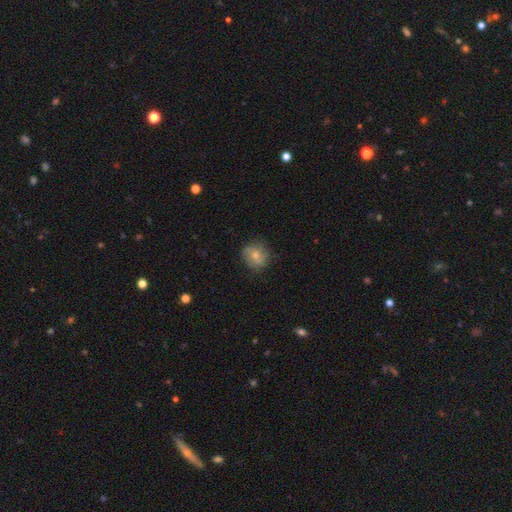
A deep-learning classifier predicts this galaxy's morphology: This appears to be a smooth galaxy with no disk features (56%) that is round (82%). Merging: none (76%).